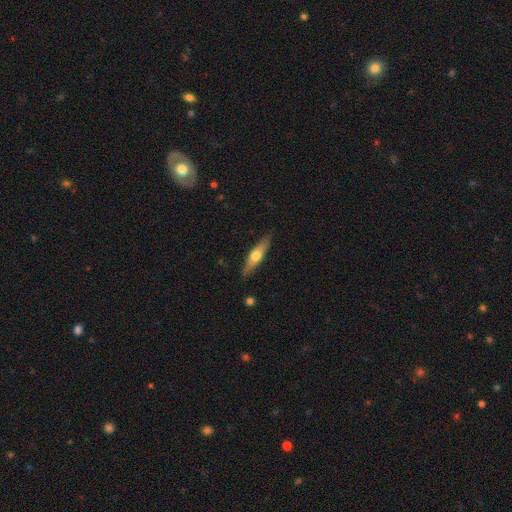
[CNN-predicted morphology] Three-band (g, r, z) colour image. It shows a featured or disk galaxy (51%) viewed edge-on (90%). Merging: none (86%).